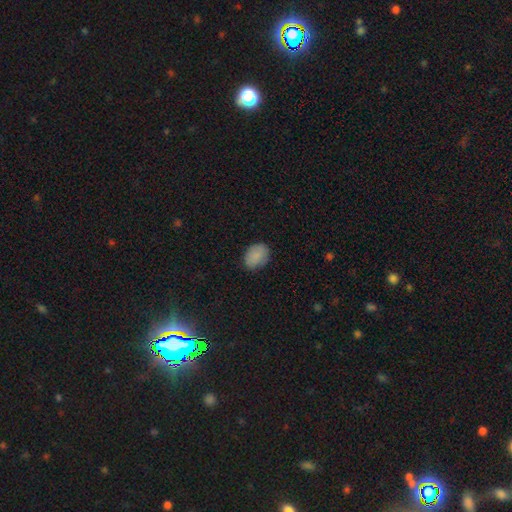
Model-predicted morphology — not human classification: smooth-or-featured: smooth: 86% | star or artifact: 8% | featured or disk: 6%
  how-rounded: in between: 69% | round: 30% | cigar-shaped: 1%
  merging: none: 80% | minor disturbance: 16% | major disturbance: 3% | merger: 1%